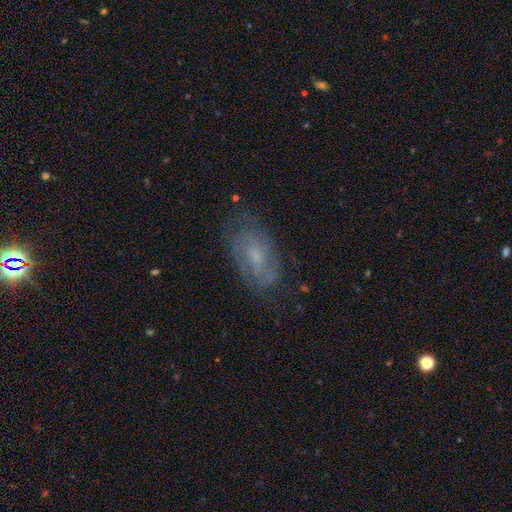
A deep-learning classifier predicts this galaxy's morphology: featured or disk 57%, smooth 31%, star or artifact 11%. Down the decision tree: edge-on disk — no (93%); bar — no (58%); spiral arms — yes (78%); bulge size — small (50%); merging — none (72%).